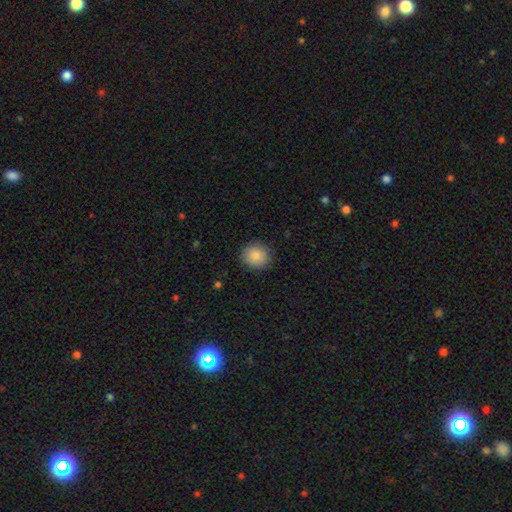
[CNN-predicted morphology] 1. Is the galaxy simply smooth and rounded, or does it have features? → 87% smooth, 8% star or artifact, 4% featured or disk.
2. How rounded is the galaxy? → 86% round, 13% in between, 1% cigar-shaped.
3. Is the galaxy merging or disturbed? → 89% none, 8% minor disturbance, 2% major disturbance, 1% merger.